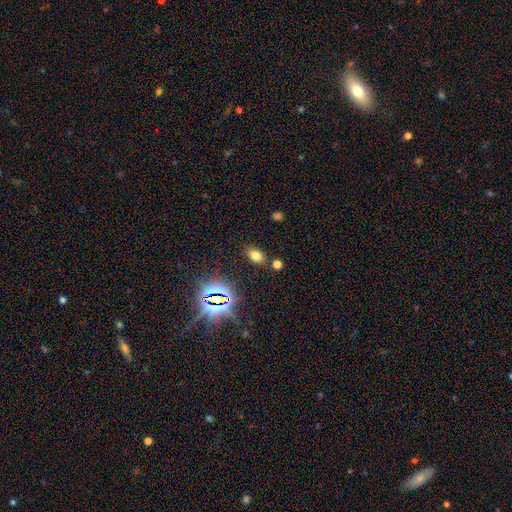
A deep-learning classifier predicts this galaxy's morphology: Overall: smooth (70%). How rounded: in between (84%). Merging: none (81%).